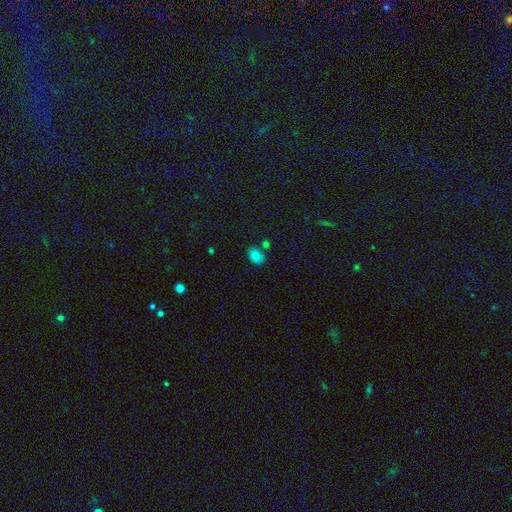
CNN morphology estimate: smooth 83%, star or artifact 12%, featured or disk 5%. Down the decision tree: how rounded — in between (80%); merging — none (70%).